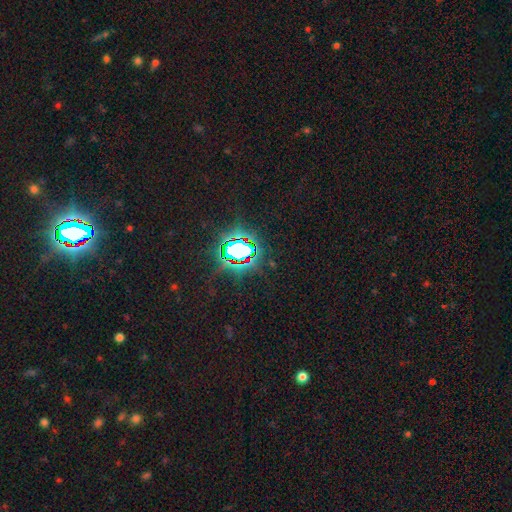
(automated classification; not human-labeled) smooth_or_featured: star or artifact (p=0.84) [alt: smooth p=0.10]